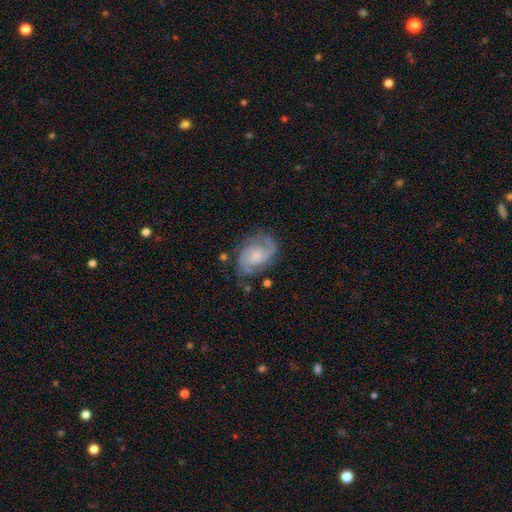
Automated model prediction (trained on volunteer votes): Smooth or featured: featured or disk — 81% (smooth — 13%)
Edge-on disk: no — 98% (yes — 2%)
Bar: no — 65% (weak — 31%)
Spiral arms: yes — 95% (no — 5%)
Spiral winding: medium — 46% (tight — 38%)
Spiral arm count: 2 — 62% (can't tell — 16%)
Bulge size: small — 54% (moderate — 31%)
Merging: none — 66% (minor disturbance — 21%)